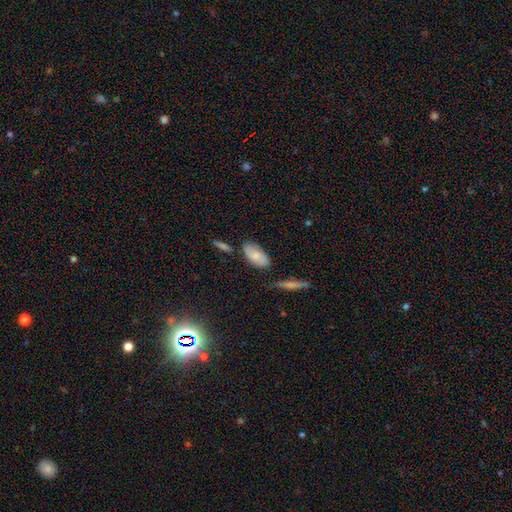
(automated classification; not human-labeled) This is likely a smooth galaxy (77%). How rounded: clearly in between (91%). Merging: likely none (70%).